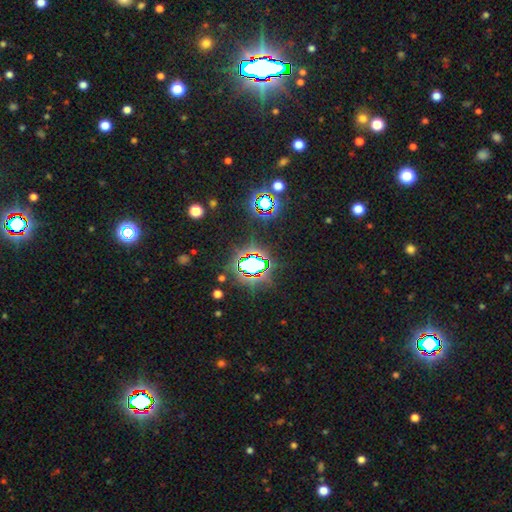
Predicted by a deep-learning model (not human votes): Overall: star or artifact (75%).